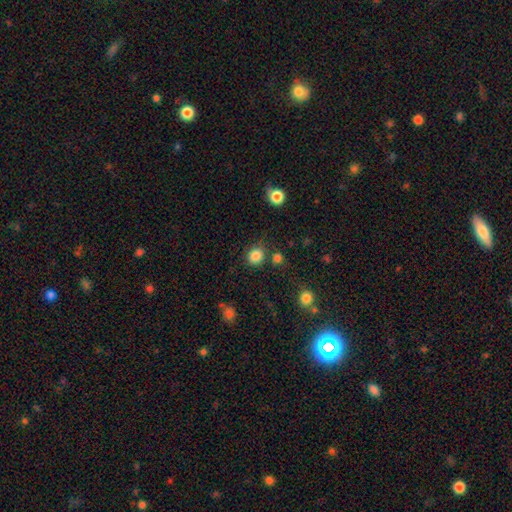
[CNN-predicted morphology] A smooth galaxy with no disk features (84%) that is round (81%). Merging: none (80%).